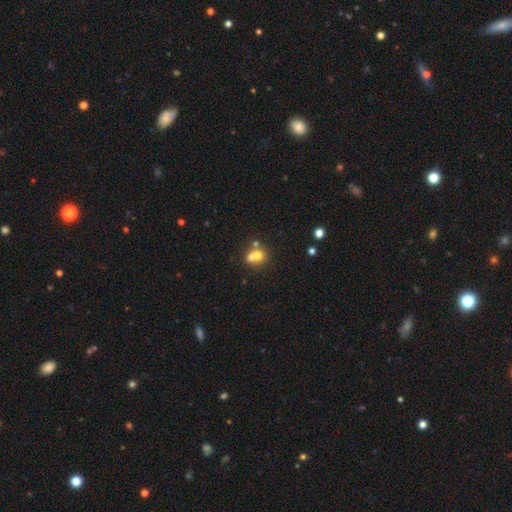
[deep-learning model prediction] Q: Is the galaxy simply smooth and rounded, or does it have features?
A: smooth — 67%.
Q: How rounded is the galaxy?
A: round — 63%.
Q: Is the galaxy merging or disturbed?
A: merger — 57%.